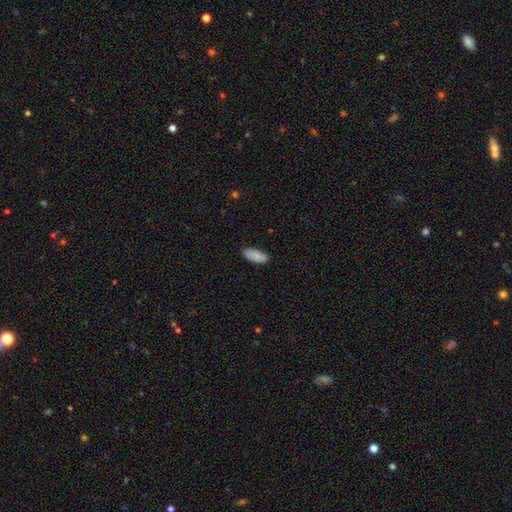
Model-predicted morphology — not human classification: A smooth galaxy with no disk features (86%) that is in between round and cigar-shaped (89%).

Vote fractions:
- Smooth or featured? smooth: 86% / featured or disk: 8% / star or artifact: 6%
- How rounded? in between: 89% / cigar-shaped: 9% / round: 2%
- Merging? none: 85% / minor disturbance: 12% / major disturbance: 2% / merger: 1%